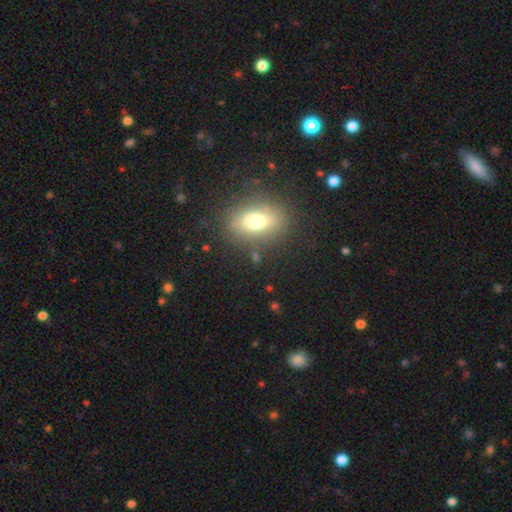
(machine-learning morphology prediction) Q: Smooth or featured?
A: smooth (68%); runner-up: featured or disk (19%)
Q: How rounded?
A: in between (75%); runner-up: round (21%)
Q: Merging?
A: none (81%); runner-up: minor disturbance (12%)